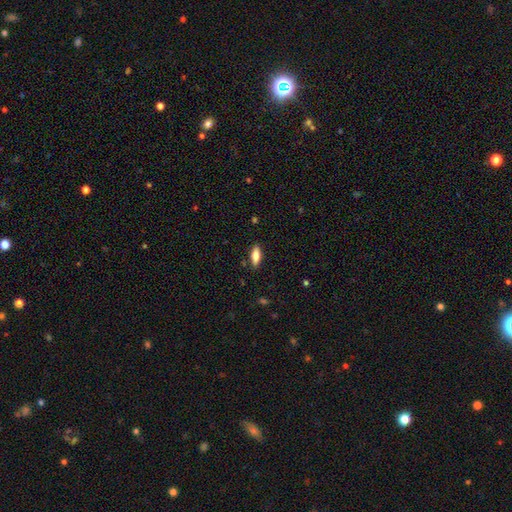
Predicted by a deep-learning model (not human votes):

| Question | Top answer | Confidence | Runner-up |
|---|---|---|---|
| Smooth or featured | smooth | 72% | featured or disk (21%) |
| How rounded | in between | 68% | cigar-shaped (30%) |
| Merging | none | 87% | minor disturbance (10%) |